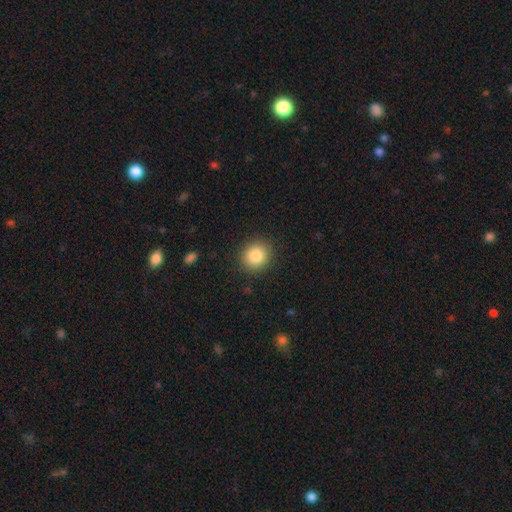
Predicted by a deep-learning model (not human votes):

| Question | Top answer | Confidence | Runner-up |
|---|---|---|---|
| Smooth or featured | smooth | 84% | star or artifact (10%) |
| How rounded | round | 82% | in between (17%) |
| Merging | none | 90% | minor disturbance (7%) |